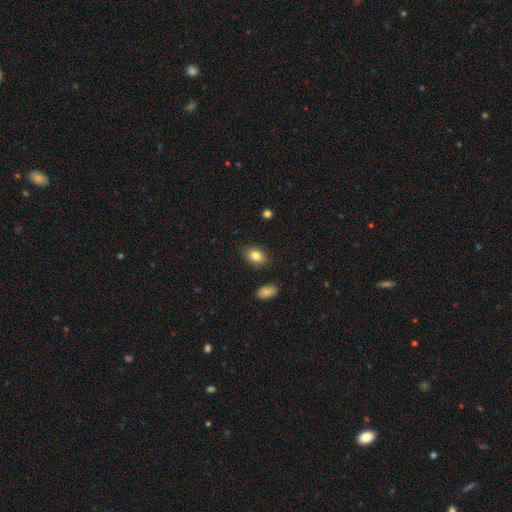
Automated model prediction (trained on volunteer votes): Smooth or featured?
  - smooth: 83% *
  - featured or disk: 9%
  - star or artifact: 8%
How rounded?
  - in between: 87% *
  - round: 11%
  - cigar-shaped: 2%
Merging?
  - none: 86% *
  - minor disturbance: 10%
  - major disturbance: 2%
  - merger: 2%